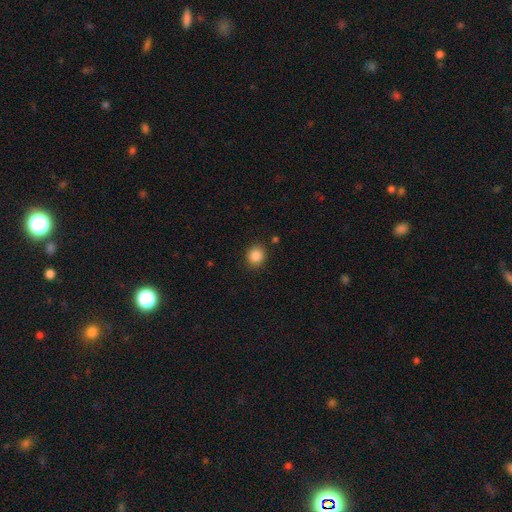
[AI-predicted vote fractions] smooth_or_featured: smooth (p=0.86) [alt: star or artifact p=0.10]
how_rounded: round (p=0.82) [alt: in between p=0.17]
merging: none (p=0.88) [alt: minor disturbance p=0.08]